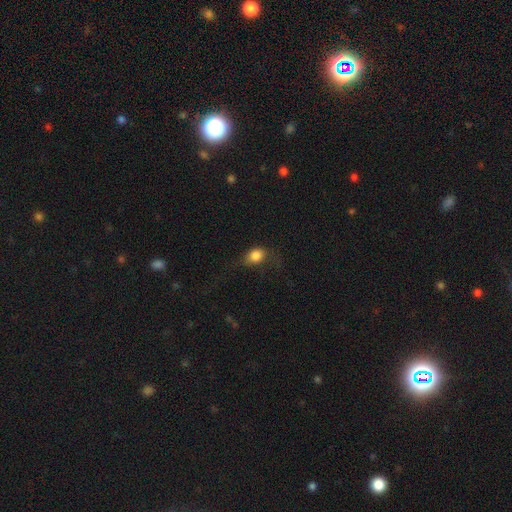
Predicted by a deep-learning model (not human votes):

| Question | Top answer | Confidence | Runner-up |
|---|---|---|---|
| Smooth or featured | smooth | 81% | star or artifact (10%) |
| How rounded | in between | 55% | round (42%) |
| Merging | none | 48% | minor disturbance (28%) |